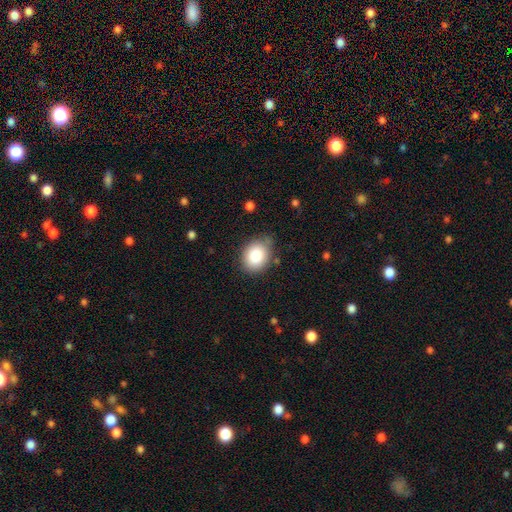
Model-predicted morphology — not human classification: type=smooth (86%); roundness=in between (52%); merging=none (73%).